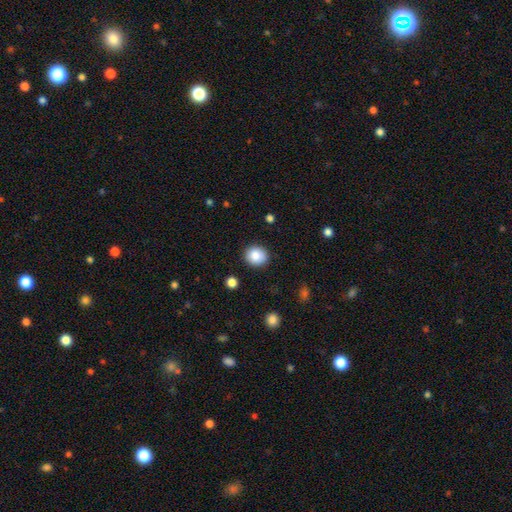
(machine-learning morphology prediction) Smooth or featured?
  - smooth: 87% *
  - star or artifact: 9%
  - featured or disk: 5%
How rounded?
  - round: 82% *
  - in between: 17%
  - cigar-shaped: 1%
Merging?
  - none: 90% *
  - minor disturbance: 7%
  - major disturbance: 2%
  - merger: 1%